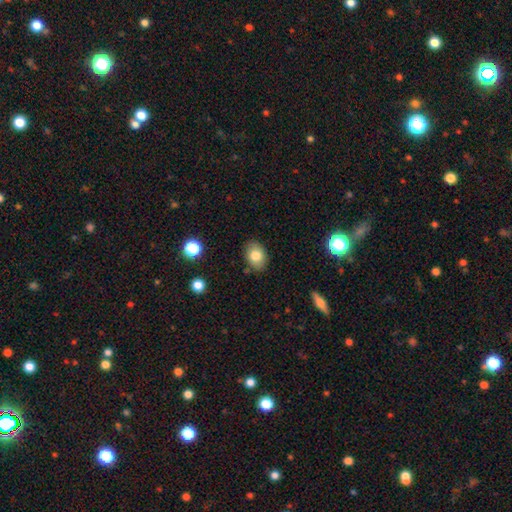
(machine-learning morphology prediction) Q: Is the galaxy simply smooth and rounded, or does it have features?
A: smooth — 79%.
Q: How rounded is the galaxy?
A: in between — 73%.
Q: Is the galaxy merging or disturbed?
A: none — 84%.